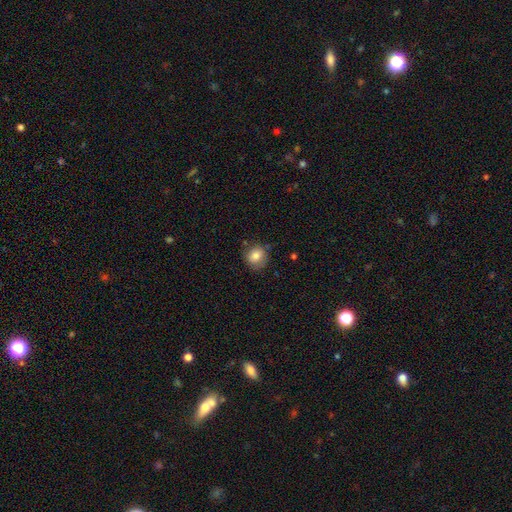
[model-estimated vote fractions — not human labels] Smooth or featured: smooth — 80% (featured or disk — 11%)
How rounded: round — 82% (in between — 17%)
Merging: none — 73% (minor disturbance — 19%)